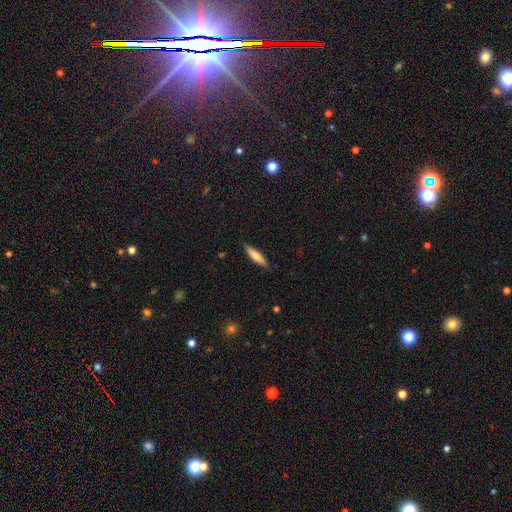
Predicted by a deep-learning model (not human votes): Morphology: type=smooth (71%); roundness=cigar-shaped (78%); merging=none (87%).